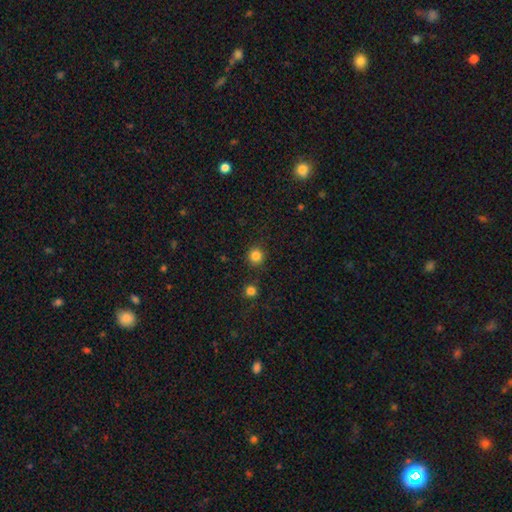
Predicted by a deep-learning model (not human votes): Overall: smooth (83%). How rounded: round (93%). Merging: none (89%).